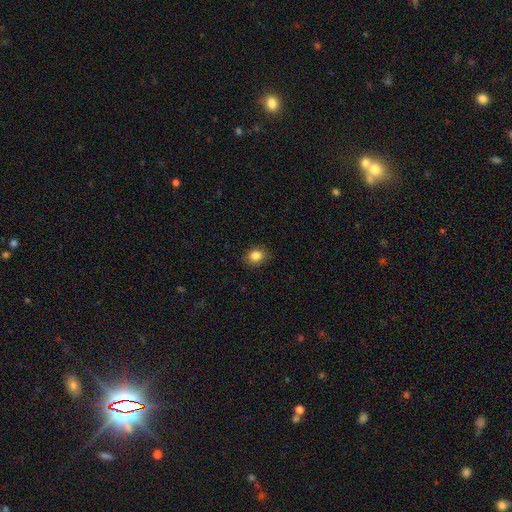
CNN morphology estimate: Overall: smooth (84%). How rounded: round (59%; in between 40%). Merging: none (85%).